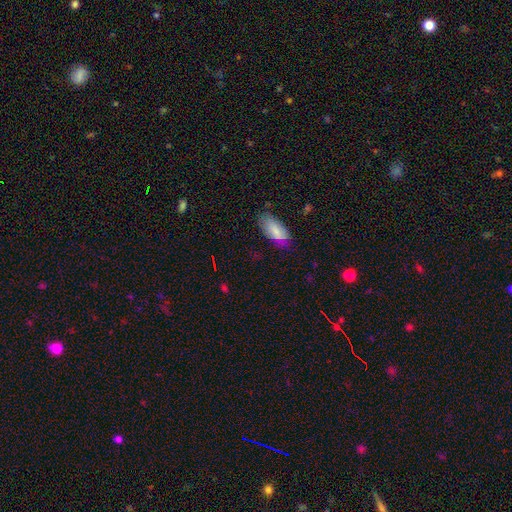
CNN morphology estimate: Smooth or featured? smooth (73%)
How rounded? in between (85%)
Merging? none (72%)